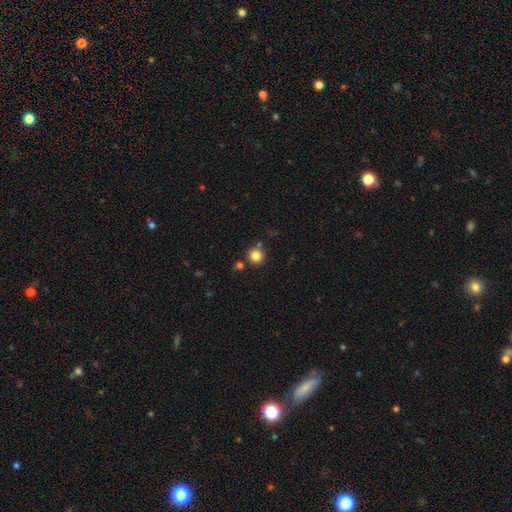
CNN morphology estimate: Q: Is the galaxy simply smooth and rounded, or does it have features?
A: smooth — 83%.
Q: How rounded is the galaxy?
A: round — 94%.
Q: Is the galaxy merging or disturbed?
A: none — 81%.